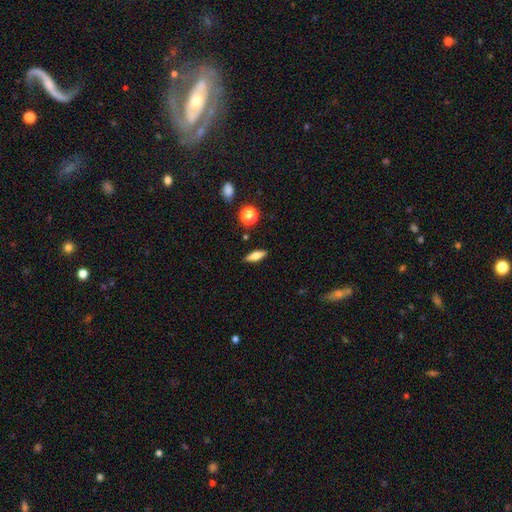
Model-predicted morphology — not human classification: This is likely a smooth galaxy (63%). How rounded: possibly in between (52%). Merging: clearly none (87%).